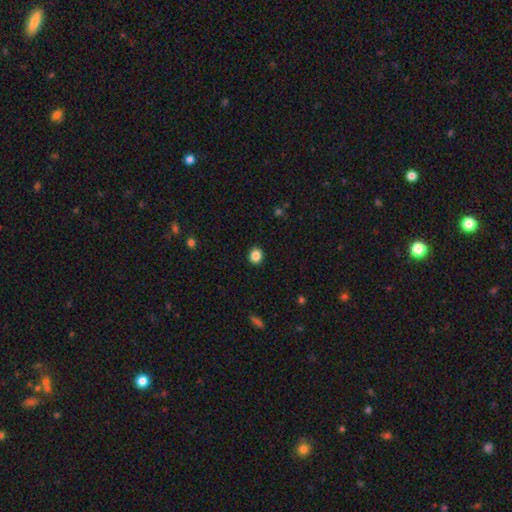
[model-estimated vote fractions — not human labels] Smooth or featured? Predicted: smooth (p=0.87). How rounded? Predicted: round (p=0.78). Merging? Predicted: none (p=0.92).